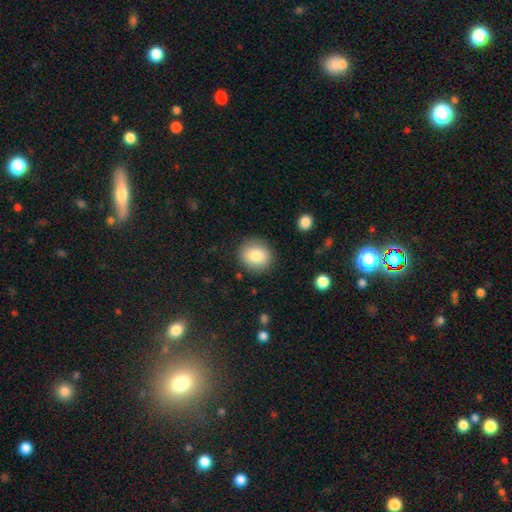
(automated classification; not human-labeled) Overall: smooth (81%). How rounded: round (81%). Merging: none (87%).